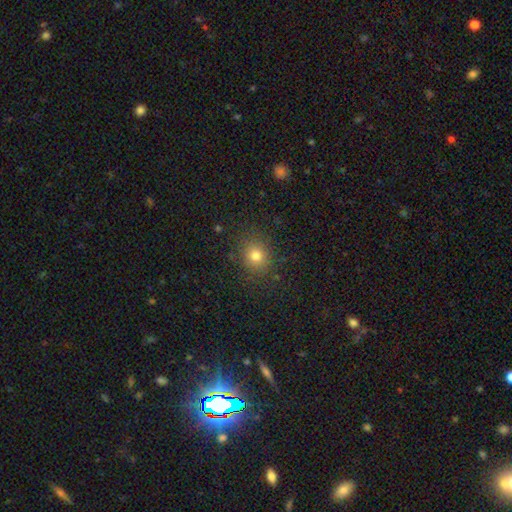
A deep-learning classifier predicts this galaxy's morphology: A smooth galaxy with no disk features (78%) that is round (76%). Merging: none (86%).